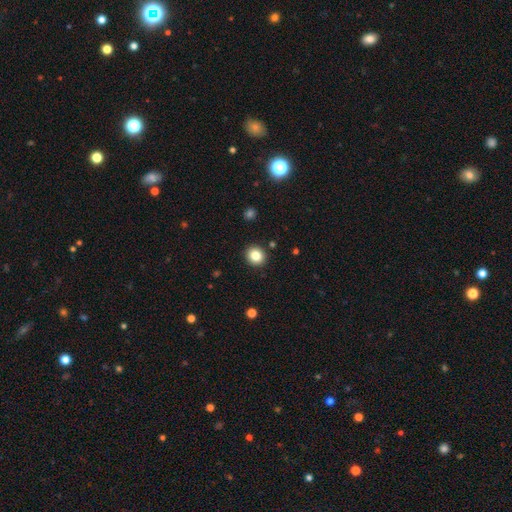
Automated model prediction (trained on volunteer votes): This appears to be a smooth galaxy with no disk features (84%) that is round (87%). Merging: none (91%).